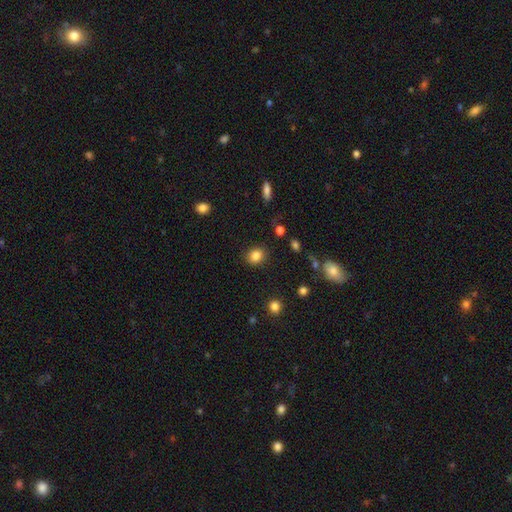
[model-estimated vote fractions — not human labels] Morphology: type=smooth (85%); roundness=round (61%); merging=none (87%).